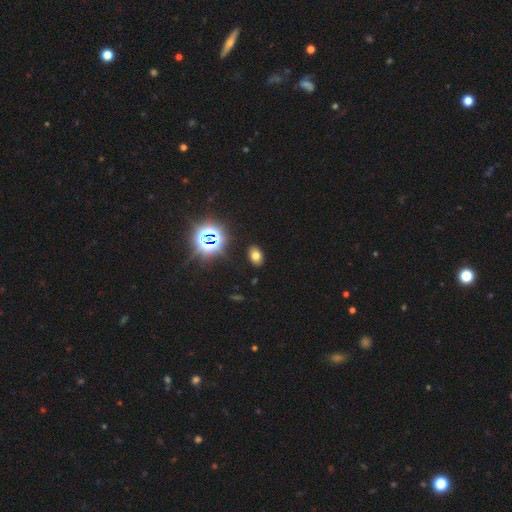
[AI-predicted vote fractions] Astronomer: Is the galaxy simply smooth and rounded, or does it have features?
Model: smooth — 67%.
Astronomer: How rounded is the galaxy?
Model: in between — 83%.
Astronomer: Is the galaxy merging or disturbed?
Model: none — 88%.